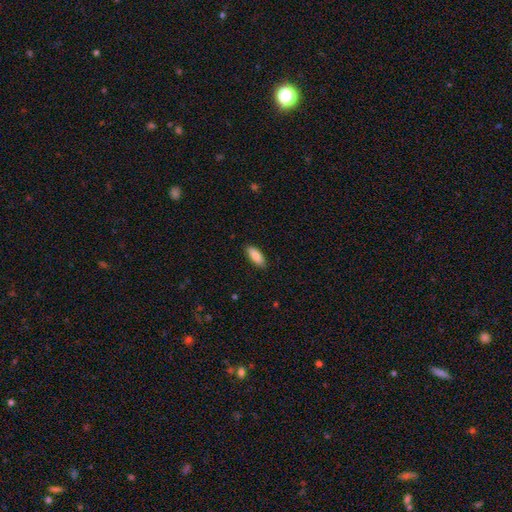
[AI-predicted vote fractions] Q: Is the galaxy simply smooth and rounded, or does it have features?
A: smooth — 86%.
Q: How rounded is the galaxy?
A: in between — 75%.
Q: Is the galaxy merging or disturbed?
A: none — 89%.